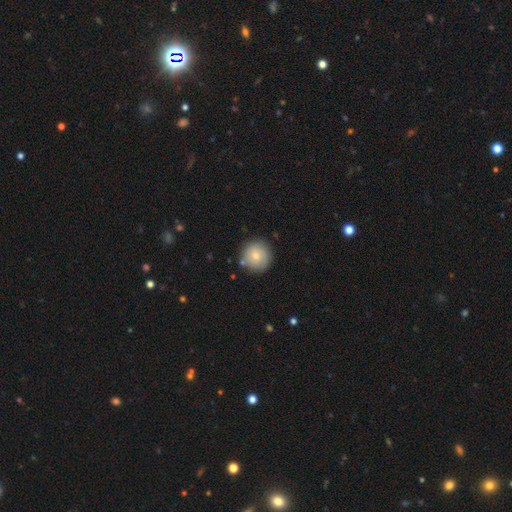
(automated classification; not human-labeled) Q: Smooth or featured?
A: smooth (75%); runner-up: featured or disk (17%)
Q: How rounded?
A: round (95%); runner-up: in between (4%)
Q: Merging?
A: none (84%); runner-up: minor disturbance (10%)